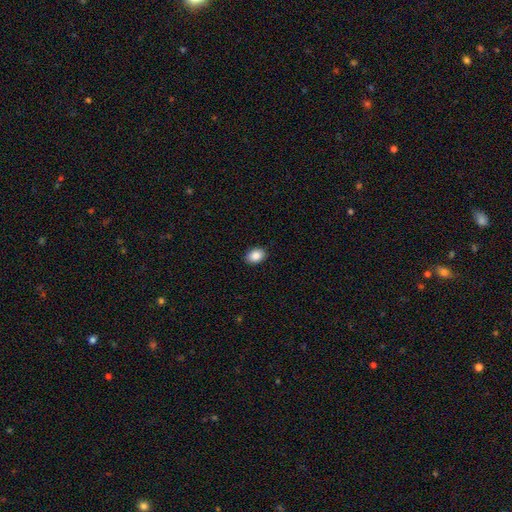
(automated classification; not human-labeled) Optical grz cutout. It shows a smooth galaxy with no disk features (88%) that is in between round and cigar-shaped (80%). Merging: none (90%).